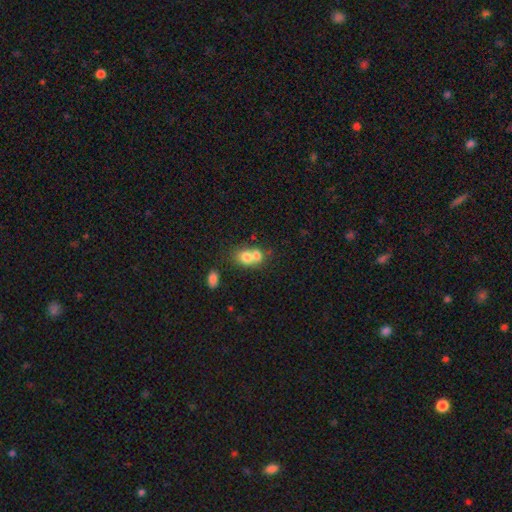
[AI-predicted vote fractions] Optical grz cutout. It shows a smooth galaxy with no disk features (72%) that is round (54%). Merging: merger (67%).